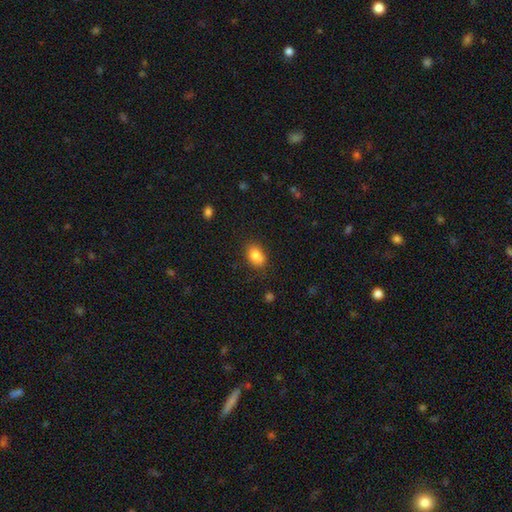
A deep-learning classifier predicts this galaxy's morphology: smooth_or_featured: smooth (p=0.83) [alt: star or artifact p=0.09]
how_rounded: in between (p=0.79) [alt: round p=0.19]
merging: none (p=0.74) [alt: minor disturbance p=0.19]